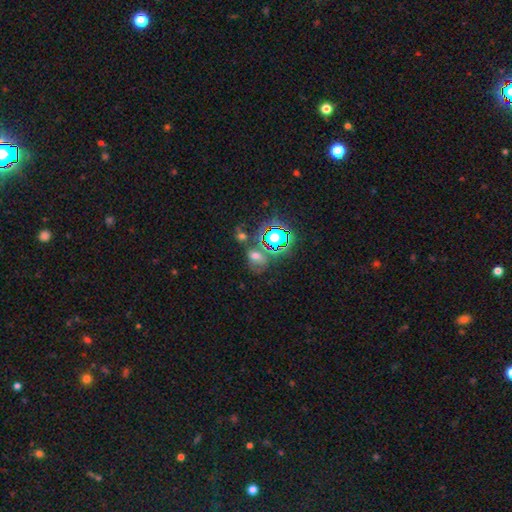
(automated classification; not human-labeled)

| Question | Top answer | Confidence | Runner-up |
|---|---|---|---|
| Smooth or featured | smooth | 43% | star or artifact (41%) |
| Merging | none | 53% | merger (19%) |